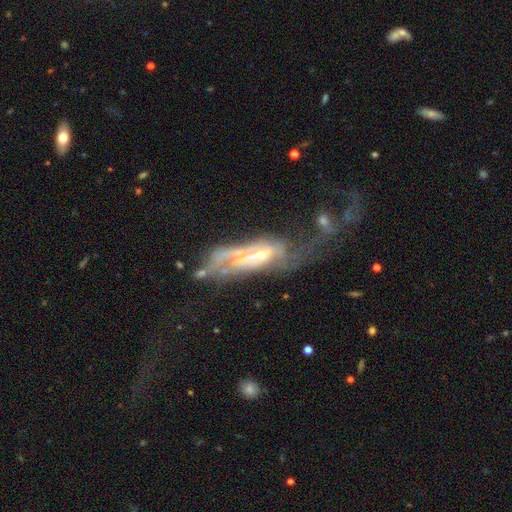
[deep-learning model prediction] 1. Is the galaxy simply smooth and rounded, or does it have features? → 67% featured or disk, 22% smooth, 11% star or artifact.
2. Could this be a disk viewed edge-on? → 84% no, 16% yes.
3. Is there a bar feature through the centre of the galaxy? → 63% no, 26% weak, 11% strong.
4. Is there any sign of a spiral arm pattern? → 52% no, 48% yes.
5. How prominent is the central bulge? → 51% small, 37% moderate, 8% none, 3% large, 1% dominant.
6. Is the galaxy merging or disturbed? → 38% major disturbance, 33% merger, 17% none, 12% minor disturbance.